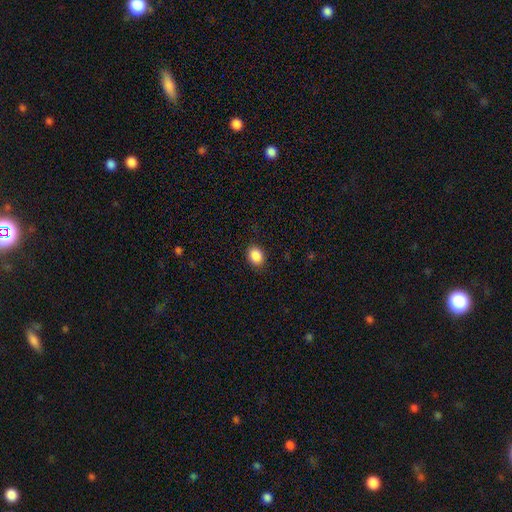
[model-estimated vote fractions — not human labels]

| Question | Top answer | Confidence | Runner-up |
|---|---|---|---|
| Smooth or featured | smooth | 88% | star or artifact (9%) |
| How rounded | in between | 53% | round (46%) |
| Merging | none | 87% | minor disturbance (9%) |